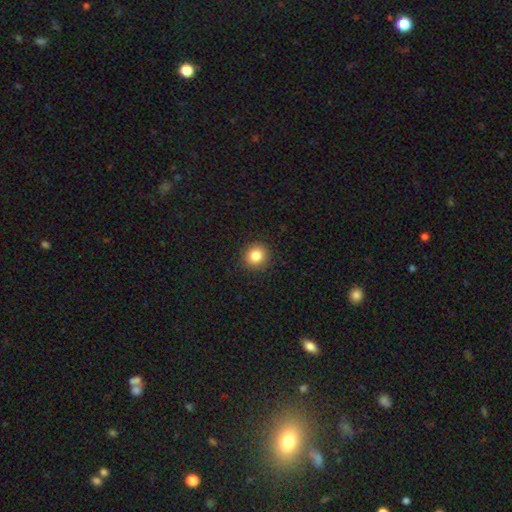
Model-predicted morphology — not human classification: smooth-or-featured: smooth: 84% | star or artifact: 10% | featured or disk: 5%
  how-rounded: round: 91% | in between: 8% | cigar-shaped: 1%
  merging: none: 91% | minor disturbance: 6% | major disturbance: 2% | merger: 1%